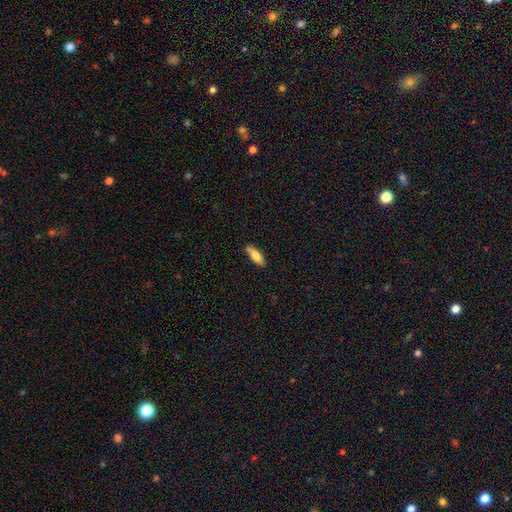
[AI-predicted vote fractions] Smooth or featured? smooth (79%)
How rounded? in between (63%)
Merging? none (82%)